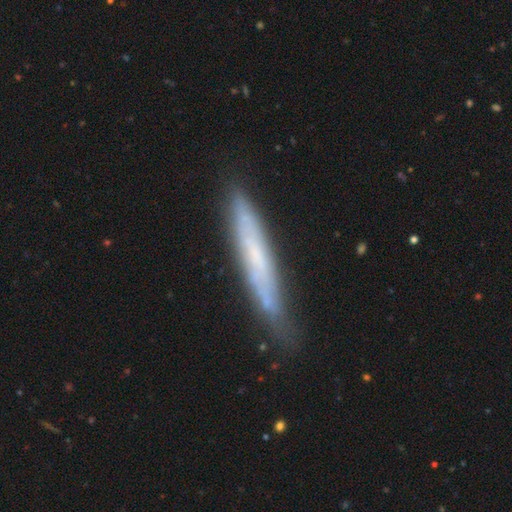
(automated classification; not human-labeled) A featured or disk galaxy (50%).

Vote fractions:
- Smooth or featured? featured or disk: 50% / smooth: 43% / star or artifact: 7%
- Merging? none: 72% / minor disturbance: 22% / major disturbance: 4% / merger: 2%